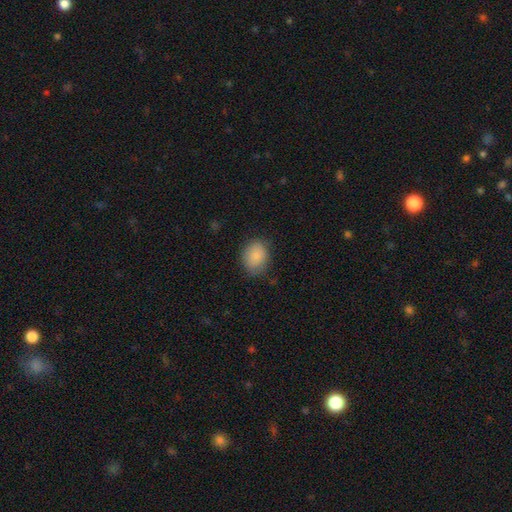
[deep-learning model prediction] Q: Smooth or featured?
A: smooth (87%); runner-up: star or artifact (7%)
Q: How rounded?
A: in between (54%); runner-up: round (45%)
Q: Merging?
A: none (77%); runner-up: minor disturbance (17%)